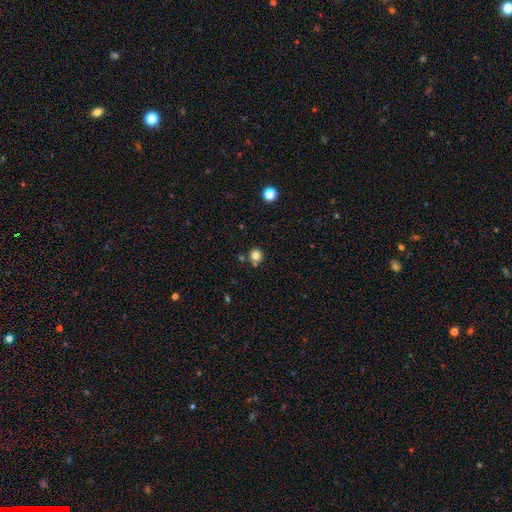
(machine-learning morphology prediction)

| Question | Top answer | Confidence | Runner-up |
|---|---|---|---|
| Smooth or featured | smooth | 81% | star or artifact (13%) |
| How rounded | round | 93% | in between (7%) |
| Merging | none | 78% | merger (10%) |